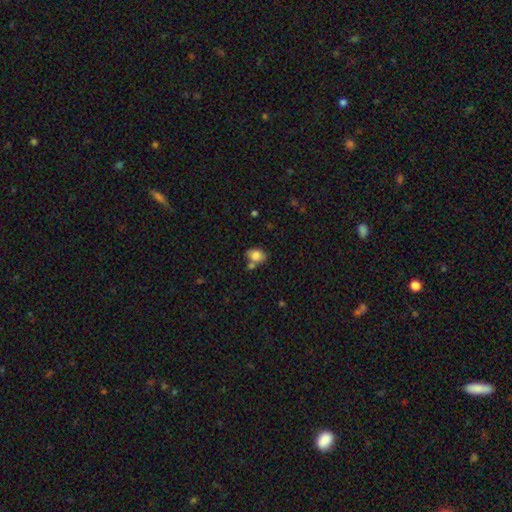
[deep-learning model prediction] smooth_or_featured: smooth (p=0.81) [alt: featured or disk p=0.10]
how_rounded: in between (p=0.76) [alt: round p=0.23]
merging: none (p=0.52) [alt: merger p=0.26]